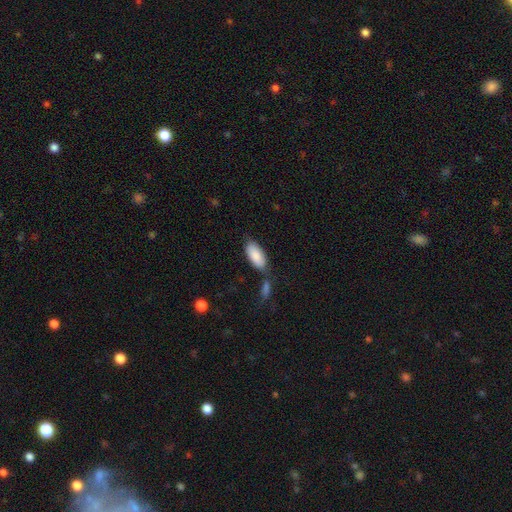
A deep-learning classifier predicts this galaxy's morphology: This is clearly a smooth galaxy (86%). How rounded: clearly in between (90%). Merging: likely none (61%).